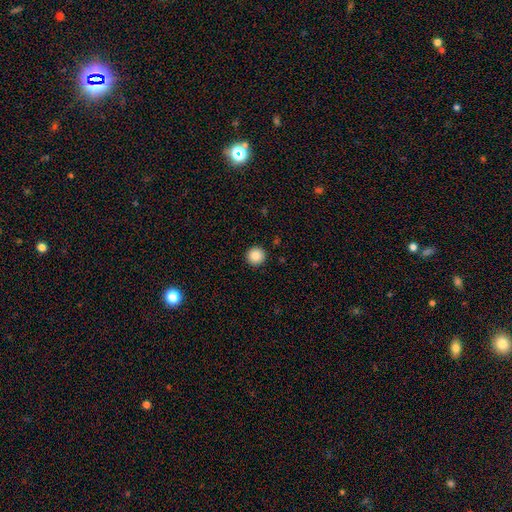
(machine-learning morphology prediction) A smooth galaxy with no disk features (88%) that is round (96%). Merging: none (93%).